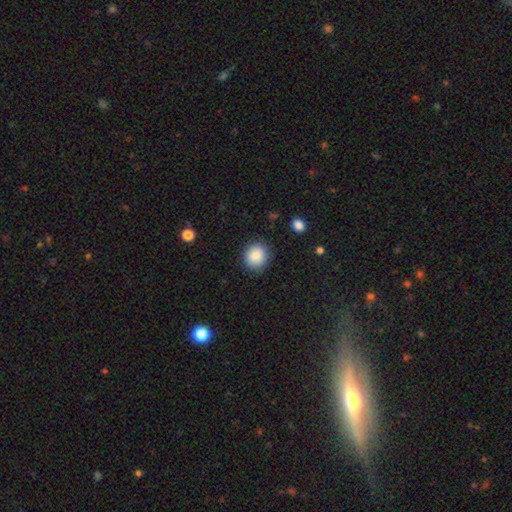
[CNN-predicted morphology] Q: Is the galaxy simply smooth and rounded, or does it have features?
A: smooth — 88%.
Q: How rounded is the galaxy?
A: round — 83%.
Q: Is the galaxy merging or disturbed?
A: none — 87%.